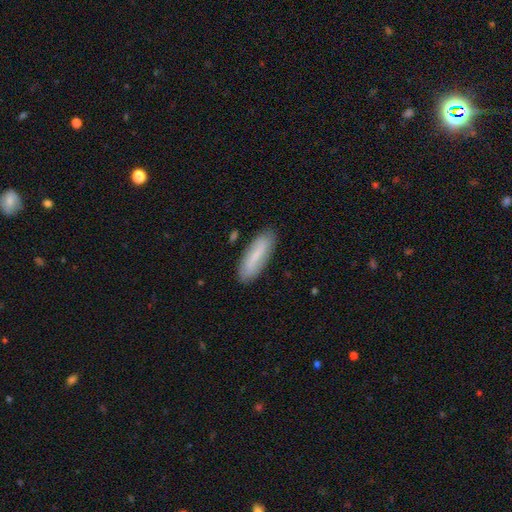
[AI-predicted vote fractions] A smooth galaxy with no disk features (64%) that is cigar-shaped (51%). Merging: none (84%).